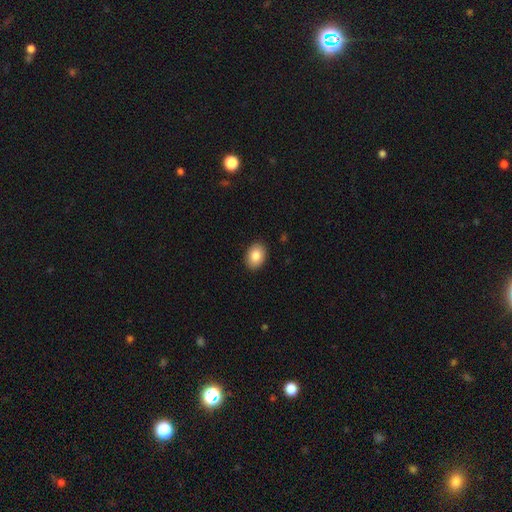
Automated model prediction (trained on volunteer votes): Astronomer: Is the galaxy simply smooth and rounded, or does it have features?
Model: smooth — 85%.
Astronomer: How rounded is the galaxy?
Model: in between — 79%.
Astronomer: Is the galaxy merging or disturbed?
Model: none — 90%.